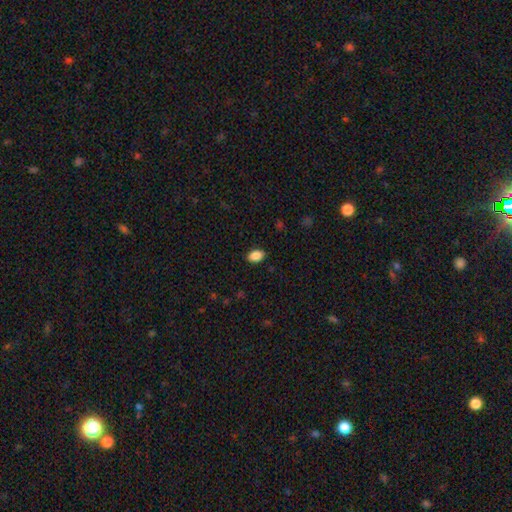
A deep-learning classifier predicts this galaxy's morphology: A smooth galaxy with no disk features (88%) that is in between round and cigar-shaped (88%). Merging: none (88%).